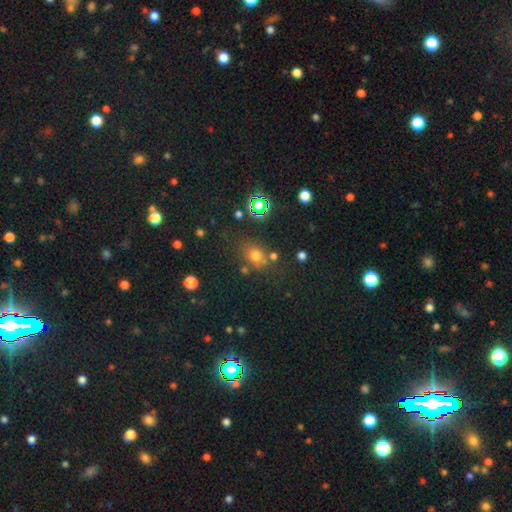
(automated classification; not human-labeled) The model was most divided on "how rounded": round: 57%, in between: 41%, cigar-shaped: 2%. More confident: merging — none (70%); smooth or featured — smooth (65%).